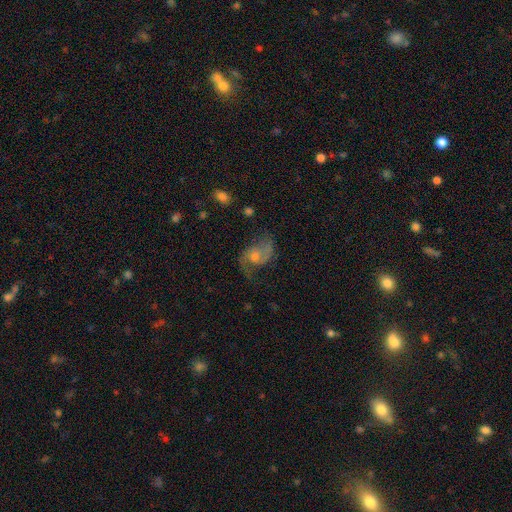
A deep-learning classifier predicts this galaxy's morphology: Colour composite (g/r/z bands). It shows a featured or disk galaxy (78%) with no bar (64%), 2 (86%) loose (47%) spiral arms (94%) and a moderate central bulge (49%). Merging: none (65%).